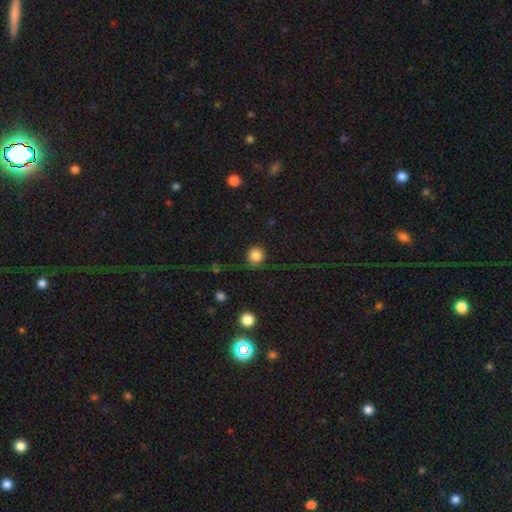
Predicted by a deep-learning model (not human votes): Smooth or featured? smooth (85%)
How rounded? round (91%)
Merging? none (85%)